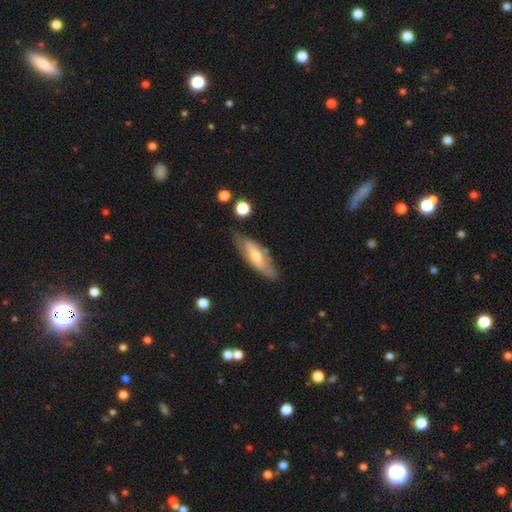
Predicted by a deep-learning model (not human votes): A featured or disk galaxy (50%). Merging: none (73%).